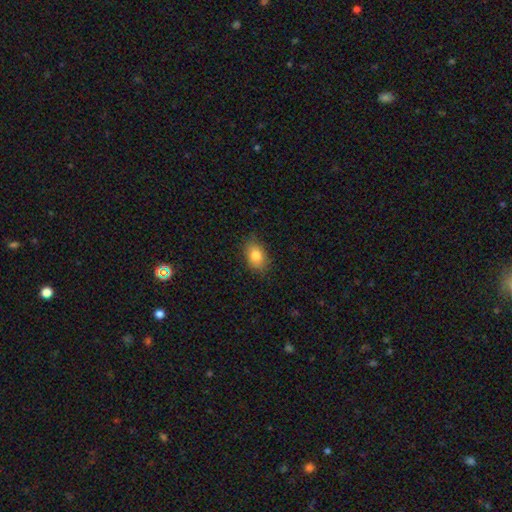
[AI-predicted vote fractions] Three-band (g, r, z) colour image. It shows a smooth galaxy with no disk features (82%) that is in between round and cigar-shaped (84%). Merging: none (84%).